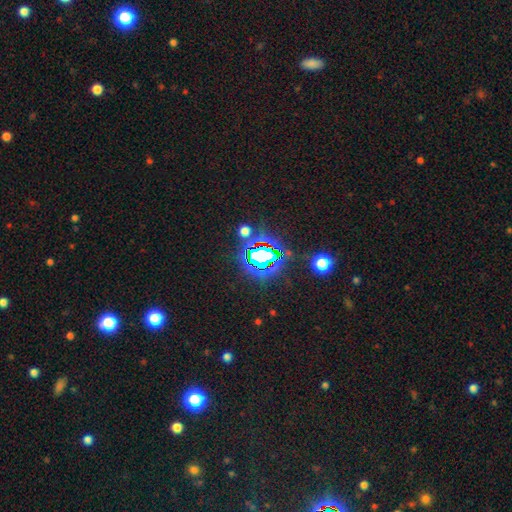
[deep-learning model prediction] star or artifact 74%, smooth 16%, featured or disk 10%.